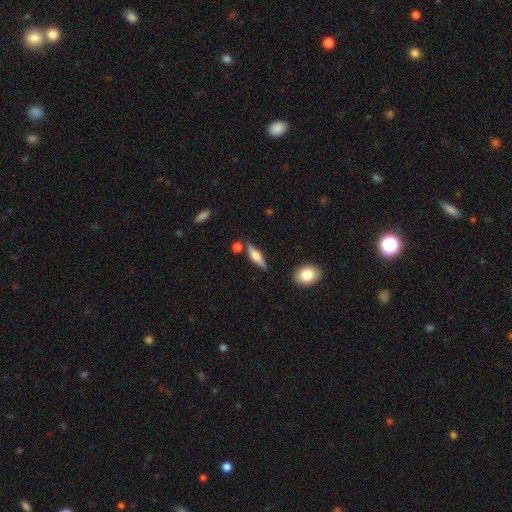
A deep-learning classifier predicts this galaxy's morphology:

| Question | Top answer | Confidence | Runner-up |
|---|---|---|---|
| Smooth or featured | featured or disk | 53% | smooth (40%) |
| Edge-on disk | yes | 95% | no (5%) |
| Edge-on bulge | rounded | 87% | boxy (10%) |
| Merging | none | 80% | minor disturbance (11%) |